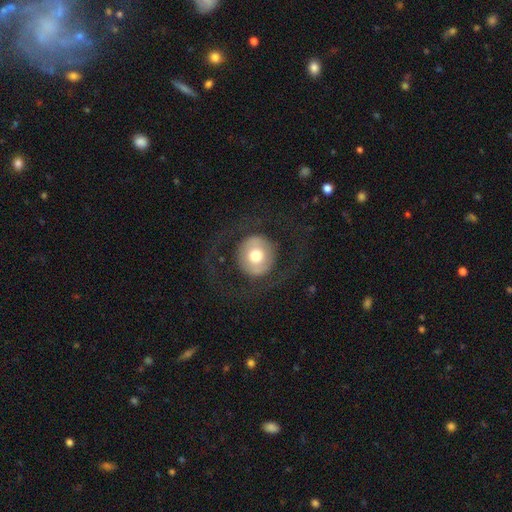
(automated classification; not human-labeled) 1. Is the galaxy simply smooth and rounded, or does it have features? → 53% smooth, 40% featured or disk, 7% star or artifact.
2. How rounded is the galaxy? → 92% round, 7% in between, 1% cigar-shaped.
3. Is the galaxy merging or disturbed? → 76% none, 14% major disturbance, 9% minor disturbance, 1% merger.